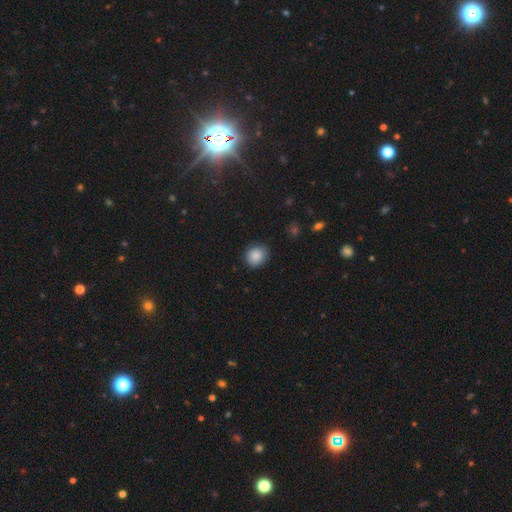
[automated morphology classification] This appears to be a smooth galaxy with no disk features (86%) that is round (80%). Merging: none (84%).